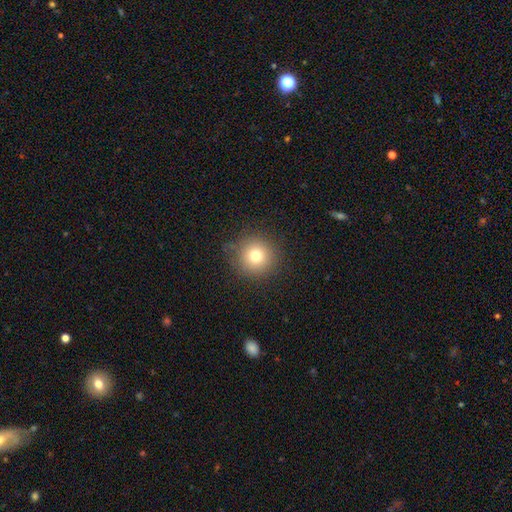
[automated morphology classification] Smooth or featured: smooth — 76% (star or artifact — 13%)
How rounded: round — 94% (in between — 5%)
Merging: none — 84% (minor disturbance — 11%)